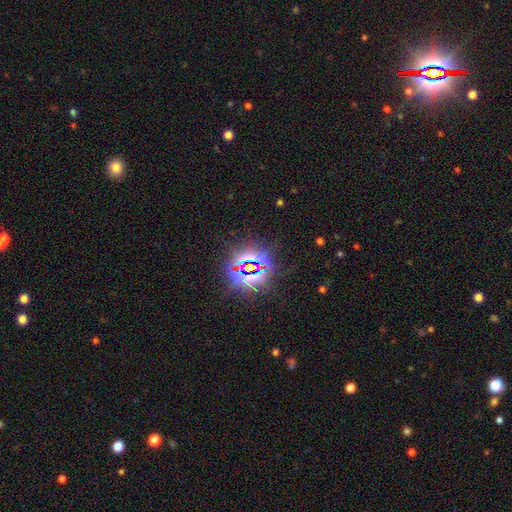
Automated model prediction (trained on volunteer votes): smooth-or-featured: star or artifact: 83% | smooth: 10% | featured or disk: 7%